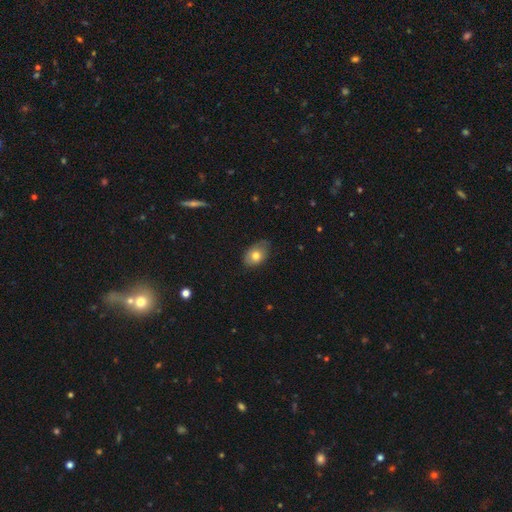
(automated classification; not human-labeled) Q: Smooth or featured?
A: smooth (76%); runner-up: featured or disk (15%)
Q: How rounded?
A: in between (80%); runner-up: round (18%)
Q: Merging?
A: none (69%); runner-up: minor disturbance (26%)